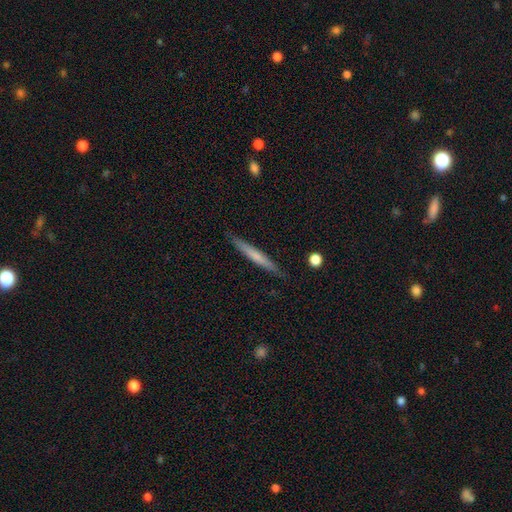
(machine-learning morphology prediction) smooth_or_featured: smooth (p=0.57) [alt: featured or disk p=0.37]
how_rounded: cigar-shaped (p=0.96) [alt: in between p=0.03]
merging: none (p=0.89) [alt: minor disturbance p=0.08]